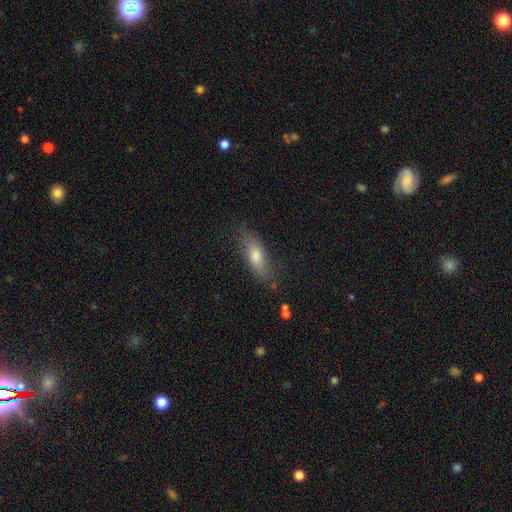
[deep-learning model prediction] Overall: smooth (67%). How rounded: in between (61%; cigar-shaped 35%). Merging: none (71%).